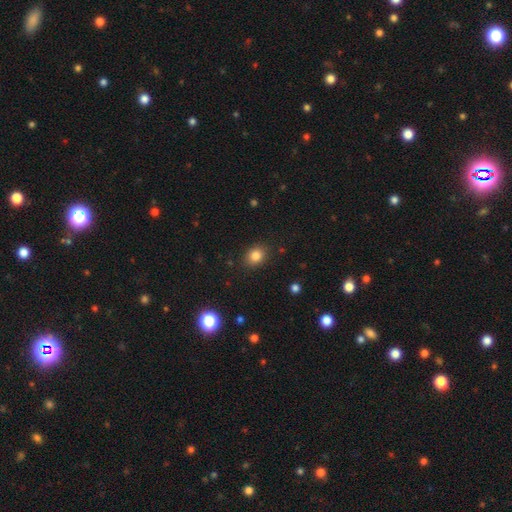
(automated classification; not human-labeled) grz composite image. It shows a smooth galaxy with no disk features (83%) that is round (54%). Merging: none (87%).